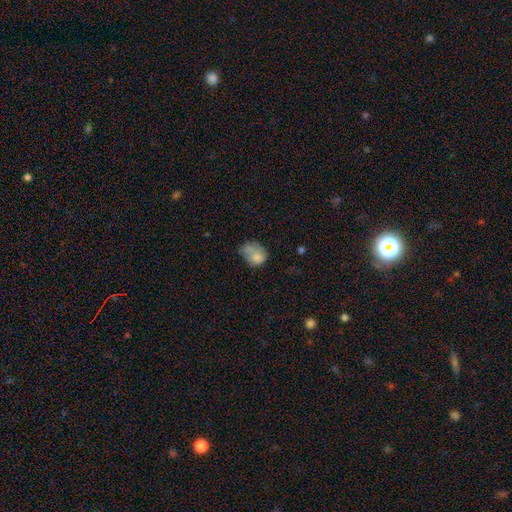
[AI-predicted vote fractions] This is likely a smooth galaxy (75%). How rounded: likely in between (62%). Merging: marginally minor disturbance (33%).